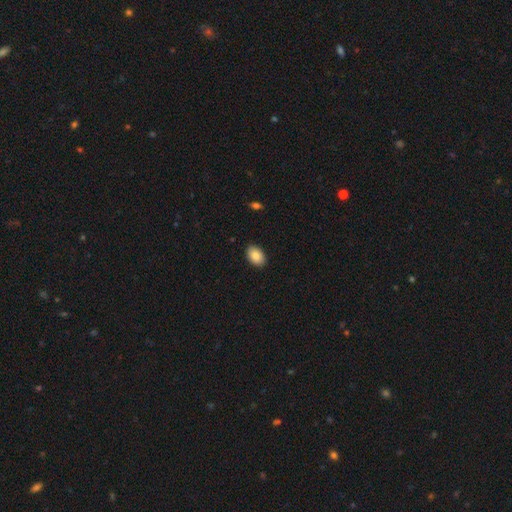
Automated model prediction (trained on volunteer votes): smooth_or_featured: smooth (p=0.86) [alt: star or artifact p=0.07]
how_rounded: in between (p=0.89) [alt: round p=0.10]
merging: none (p=0.90) [alt: minor disturbance p=0.08]